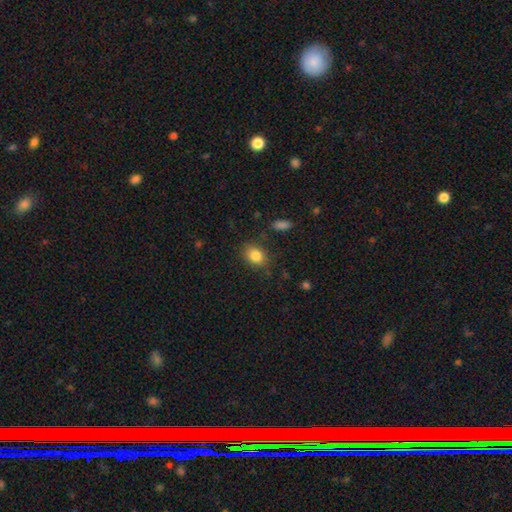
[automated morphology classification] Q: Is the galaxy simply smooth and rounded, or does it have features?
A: smooth — 83%.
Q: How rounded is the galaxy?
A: in between — 52%.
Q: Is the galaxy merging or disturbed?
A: none — 82%.